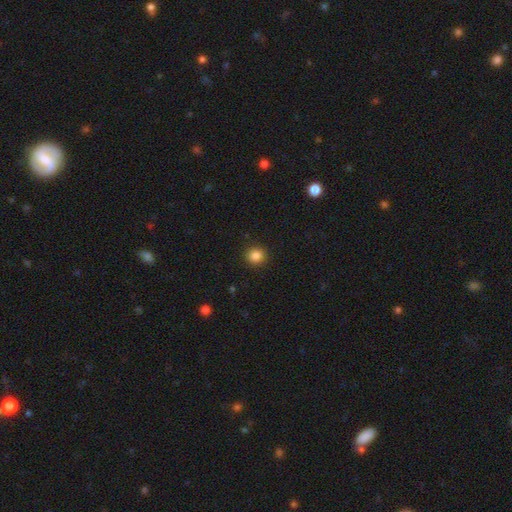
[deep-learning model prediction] Morphology: type=smooth (86%); roundness=round (87%); merging=none (91%).